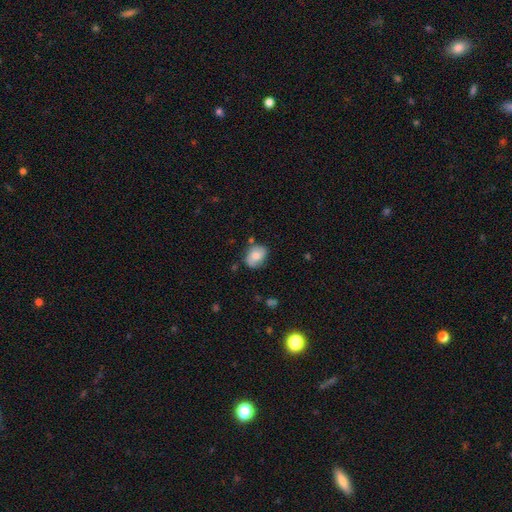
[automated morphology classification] The model was most divided on "how rounded": in between: 64%, round: 35%, cigar-shaped: 1%. More confident: smooth or featured — smooth (68%); merging — none (66%).